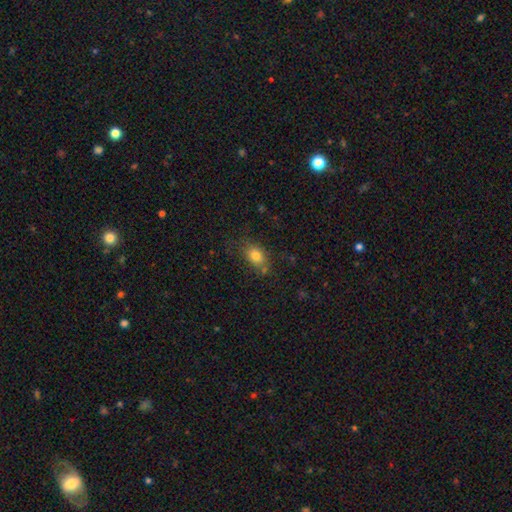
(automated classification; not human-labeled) smooth_or_featured: smooth (p=0.79) [alt: star or artifact p=0.11]
how_rounded: in between (p=0.72) [alt: round p=0.26]
merging: none (p=0.69) [alt: minor disturbance p=0.19]